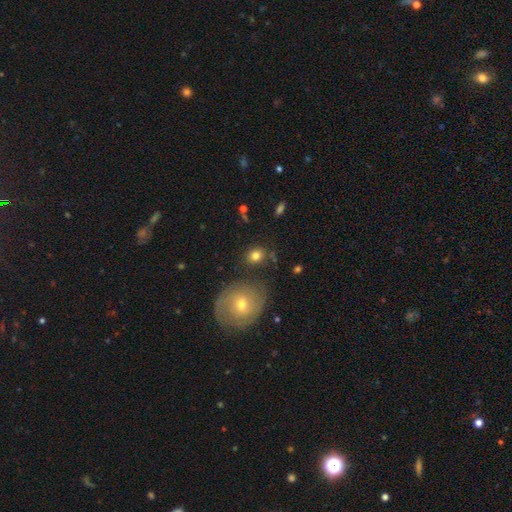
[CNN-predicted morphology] The model was most divided on "how rounded": round: 67%, in between: 32%, cigar-shaped: 1%. More confident: smooth or featured — smooth (80%); merging — none (79%).